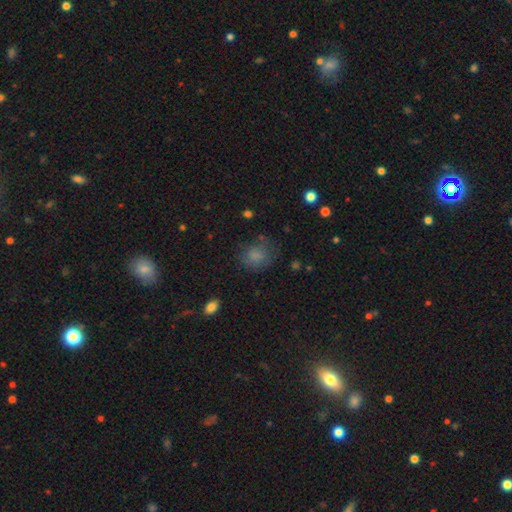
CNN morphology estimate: This is likely a smooth galaxy (77%). How rounded: likely round (63%). Merging: likely none (67%).